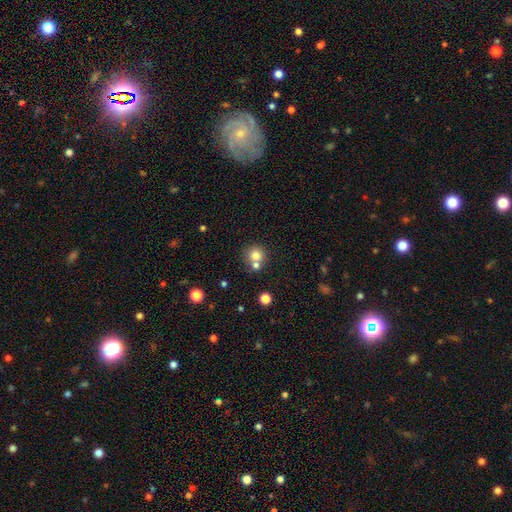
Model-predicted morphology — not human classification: smooth-or-featured: smooth: 75% | star or artifact: 13% | featured or disk: 12%
  how-rounded: round: 90% | in between: 9% | cigar-shaped: 1%
  merging: none: 56% | merger: 35% | minor disturbance: 7% | major disturbance: 3%